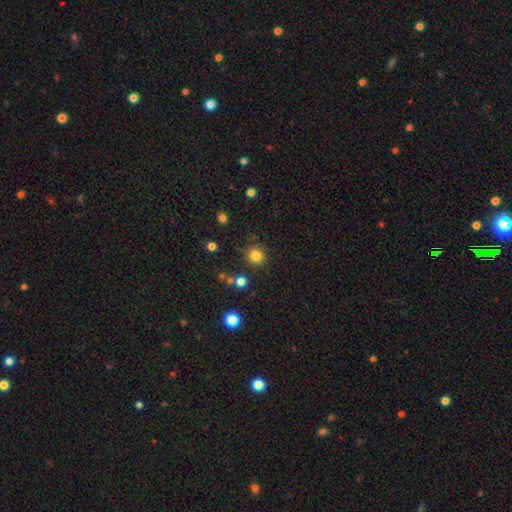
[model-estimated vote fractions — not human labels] smooth_or_featured: smooth (p=0.81) [alt: star or artifact p=0.13]
how_rounded: round (p=0.93) [alt: in between p=0.06]
merging: none (p=0.84) [alt: minor disturbance p=0.09]